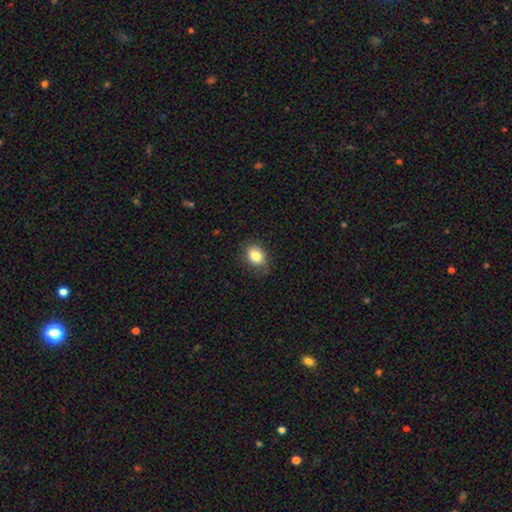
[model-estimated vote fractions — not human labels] This is clearly a smooth galaxy (82%). How rounded: likely in between (63%). Merging: likely none (76%).